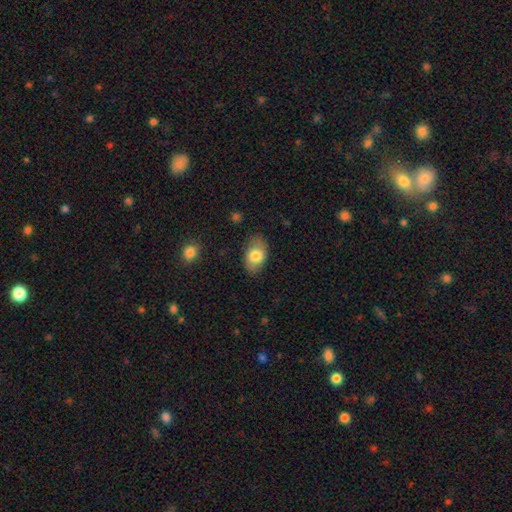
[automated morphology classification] Smooth or featured? smooth (79%)
How rounded? in between (88%)
Merging? none (81%)